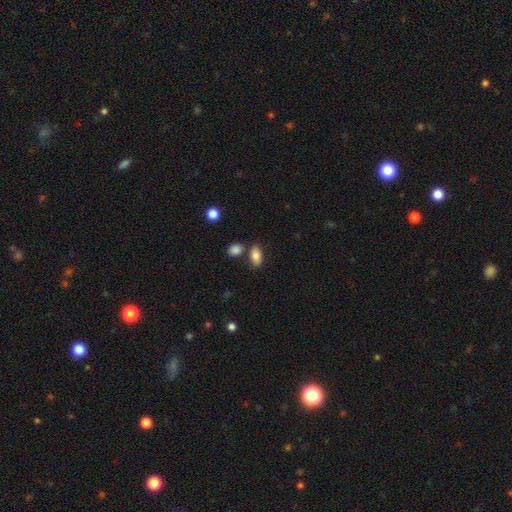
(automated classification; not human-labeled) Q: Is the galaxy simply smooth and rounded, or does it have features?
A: smooth — 84%.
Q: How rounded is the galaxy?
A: in between — 89%.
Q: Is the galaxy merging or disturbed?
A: none — 74%.